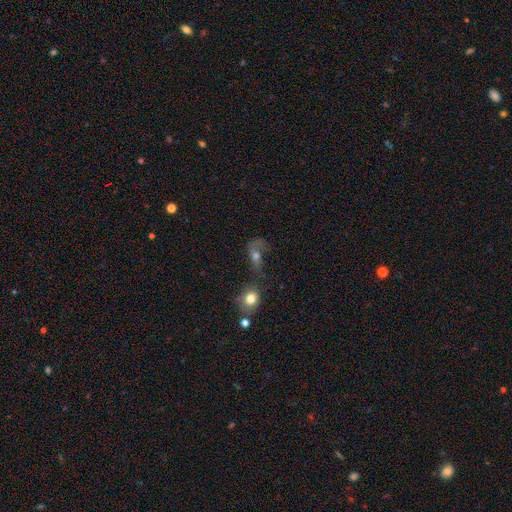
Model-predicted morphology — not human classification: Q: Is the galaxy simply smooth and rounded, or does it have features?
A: smooth — 55%.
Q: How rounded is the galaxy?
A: in between — 61%.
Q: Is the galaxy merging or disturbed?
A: major disturbance — 34%.